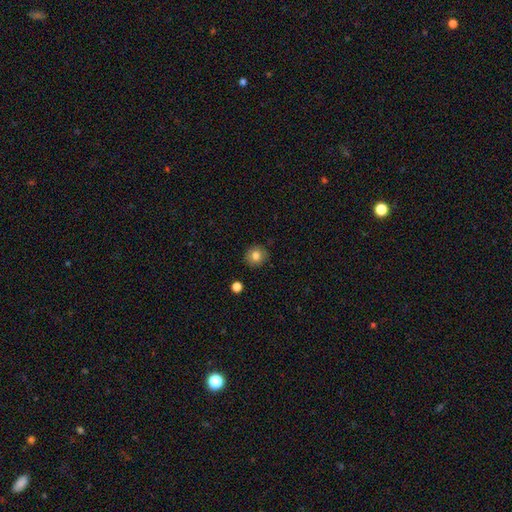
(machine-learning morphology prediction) Smooth or featured? Predicted: smooth (p=0.81). How rounded? Predicted: round (p=0.91). Merging? Predicted: none (p=0.89).